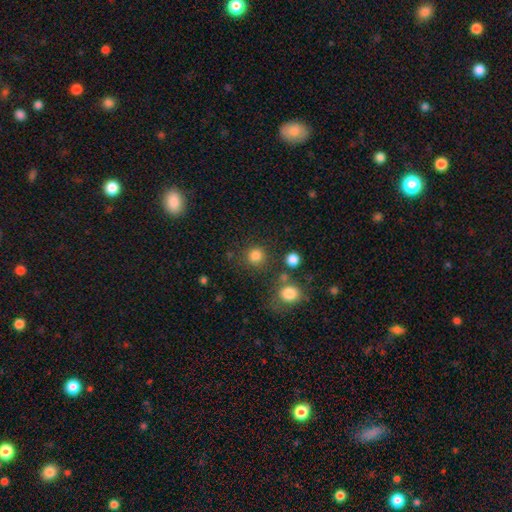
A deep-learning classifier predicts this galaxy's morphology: A smooth galaxy with no disk features (82%) that is round (92%). Merging: none (80%).